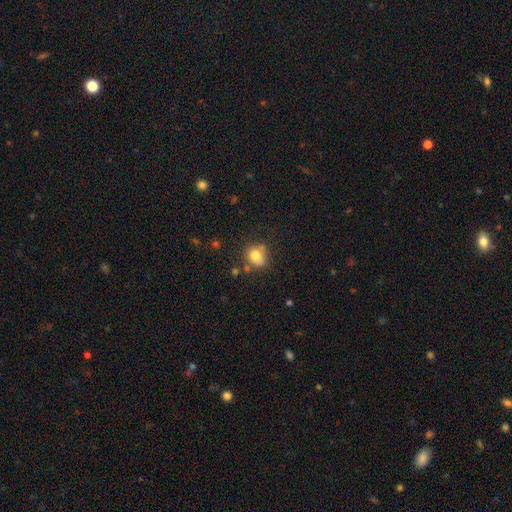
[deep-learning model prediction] smooth-or-featured: smooth: 78% | featured or disk: 11% | star or artifact: 11%
  how-rounded: round: 66% | in between: 33% | cigar-shaped: 1%
  merging: none: 62% | minor disturbance: 20% | merger: 11% | major disturbance: 6%